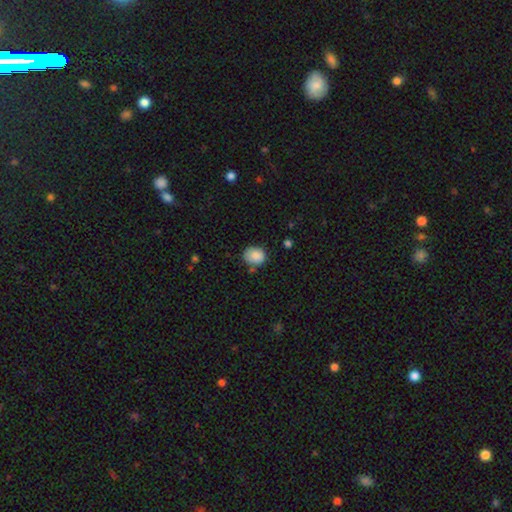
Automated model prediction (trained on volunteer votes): Overall: smooth (86%). How rounded: round (59%; in between 40%). Merging: none (68%).